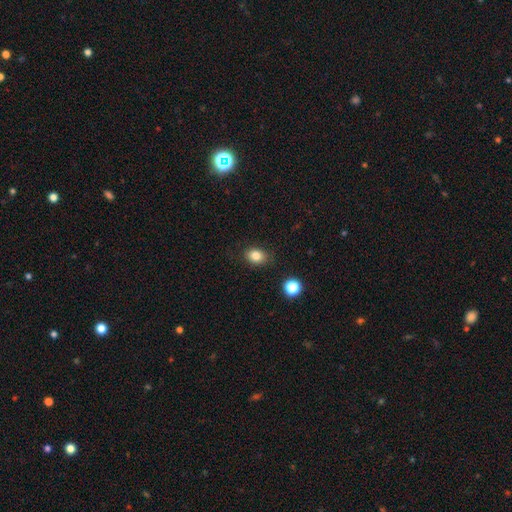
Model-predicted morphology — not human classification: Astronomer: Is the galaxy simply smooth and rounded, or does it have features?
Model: smooth — 84%.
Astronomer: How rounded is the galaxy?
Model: in between — 64%.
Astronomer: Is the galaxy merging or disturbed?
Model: none — 83%.